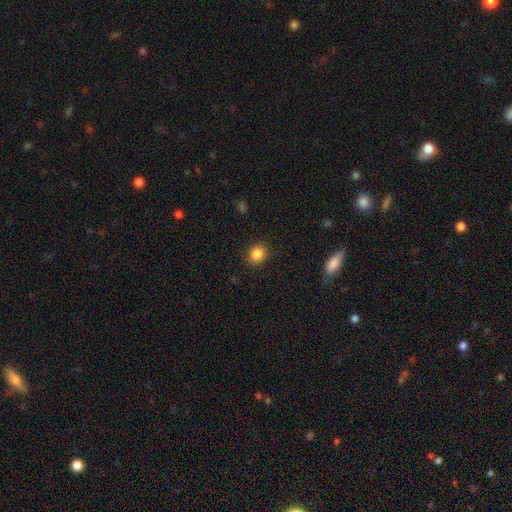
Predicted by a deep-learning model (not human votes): Q: Smooth or featured?
A: smooth (85%); runner-up: star or artifact (10%)
Q: How rounded?
A: round (77%); runner-up: in between (22%)
Q: Merging?
A: none (90%); runner-up: minor disturbance (7%)